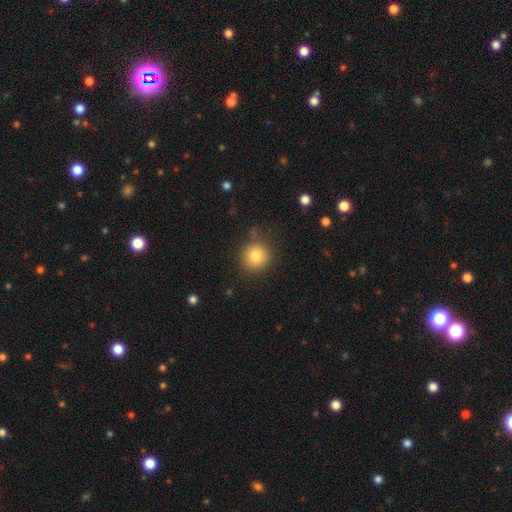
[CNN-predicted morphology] A smooth galaxy with no disk features (82%) that is round (91%).

Vote fractions:
- Smooth or featured? smooth: 82% / star or artifact: 10% / featured or disk: 8%
- How rounded? round: 91% / in between: 8% / cigar-shaped: 1%
- Merging? none: 80% / minor disturbance: 13% / major disturbance: 4% / merger: 3%